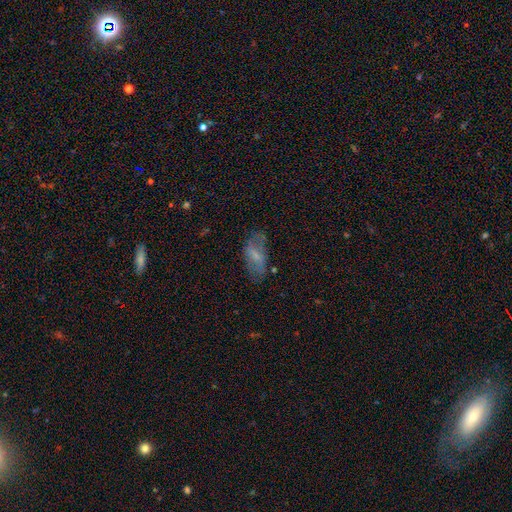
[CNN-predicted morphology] smooth 52%, featured or disk 39%, star or artifact 9%. Down the decision tree: how rounded — in between (85%); merging — none (62%).